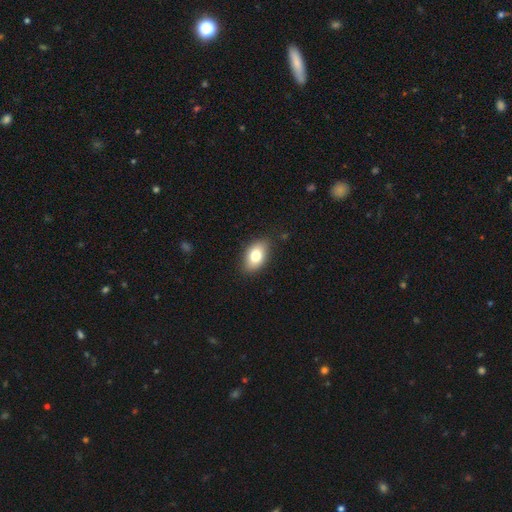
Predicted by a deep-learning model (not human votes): Q: Smooth or featured?
A: smooth (77%); runner-up: featured or disk (16%)
Q: How rounded?
A: in between (88%); runner-up: round (10%)
Q: Merging?
A: none (85%); runner-up: minor disturbance (12%)